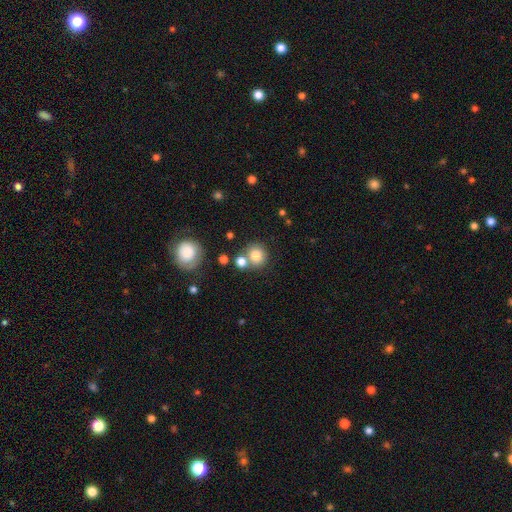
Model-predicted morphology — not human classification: This appears to be a smooth galaxy with no disk features (82%) that is round (84%). Merging: none (63%).